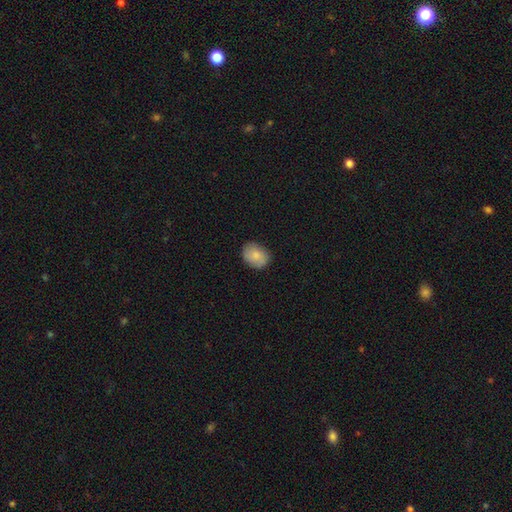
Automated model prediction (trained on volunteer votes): A smooth galaxy with no disk features (82%) that is in between round and cigar-shaped (56%). Merging: none (84%).